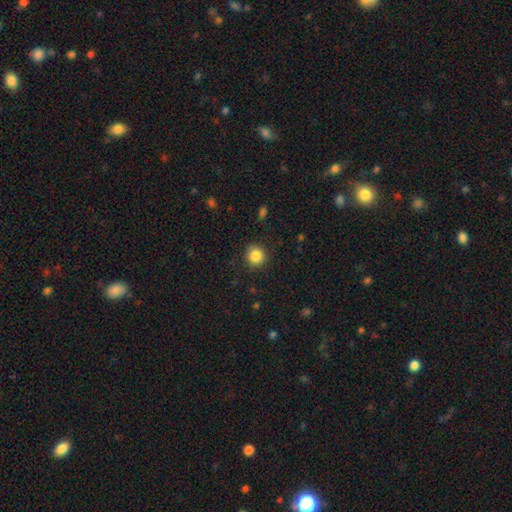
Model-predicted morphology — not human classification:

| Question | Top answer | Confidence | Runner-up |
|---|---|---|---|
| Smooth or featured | smooth | 86% | star or artifact (10%) |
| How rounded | round | 90% | in between (9%) |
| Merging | none | 89% | minor disturbance (7%) |